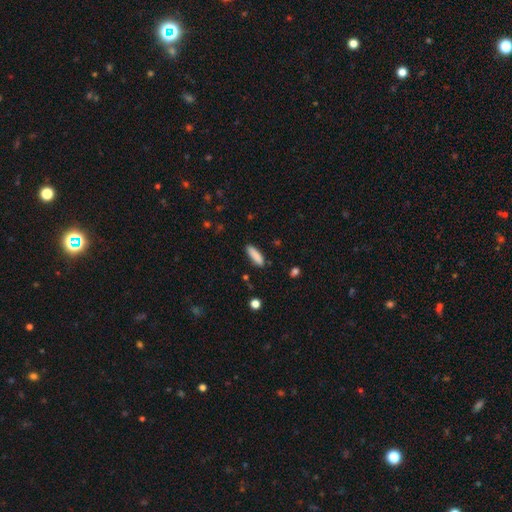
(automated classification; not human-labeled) Overall: smooth (88%). How rounded: cigar-shaped (54%; in between 44%). Merging: none (86%).